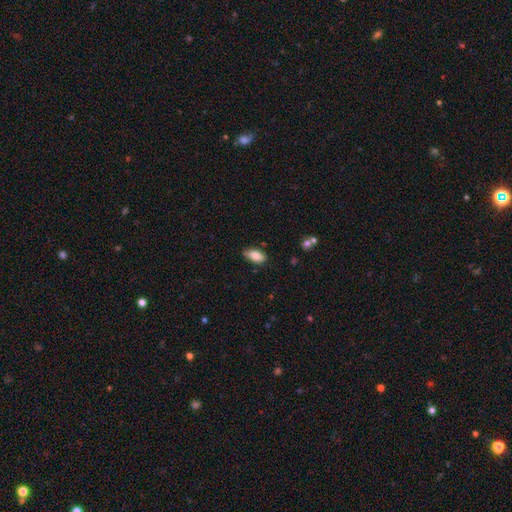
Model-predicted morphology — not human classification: Smooth or featured: smooth — 83% (featured or disk — 10%)
How rounded: in between — 92% (cigar-shaped — 5%)
Merging: none — 76% (minor disturbance — 19%)